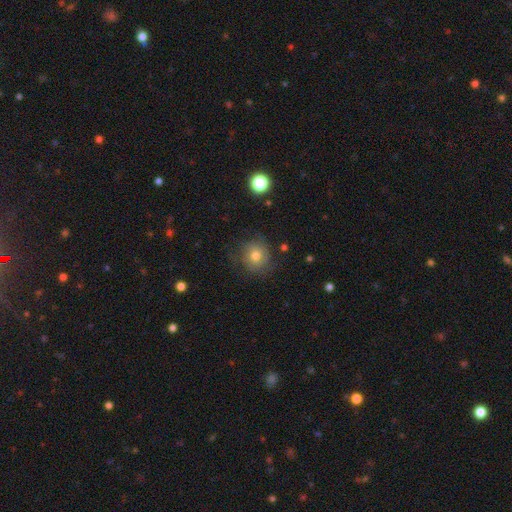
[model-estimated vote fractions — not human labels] A smooth galaxy with no disk features (65%) that is round (87%).

Vote fractions:
- Smooth or featured? smooth: 65% / featured or disk: 23% / star or artifact: 13%
- How rounded? round: 87% / in between: 12% / cigar-shaped: 1%
- Merging? none: 74% / minor disturbance: 17% / major disturbance: 8% / merger: 1%